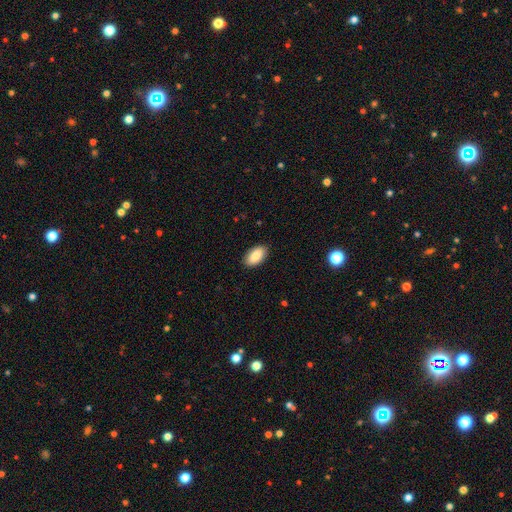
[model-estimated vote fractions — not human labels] Smooth or featured? smooth (86%)
How rounded? in between (94%)
Merging? none (88%)